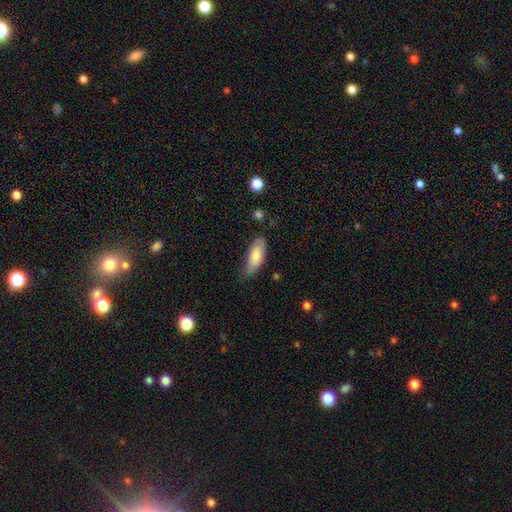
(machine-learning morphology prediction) Smooth or featured? Predicted: smooth (p=0.77). How rounded? Predicted: in between (p=0.79). Merging? Predicted: none (p=0.59).